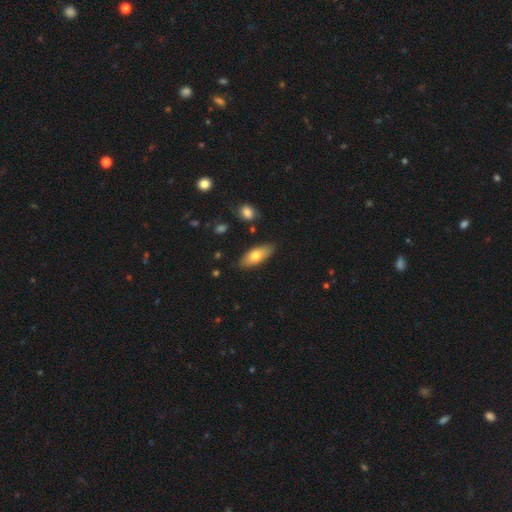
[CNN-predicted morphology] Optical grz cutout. It shows a smooth galaxy with no disk features (72%) that is in between round and cigar-shaped (79%). Merging: none (83%).